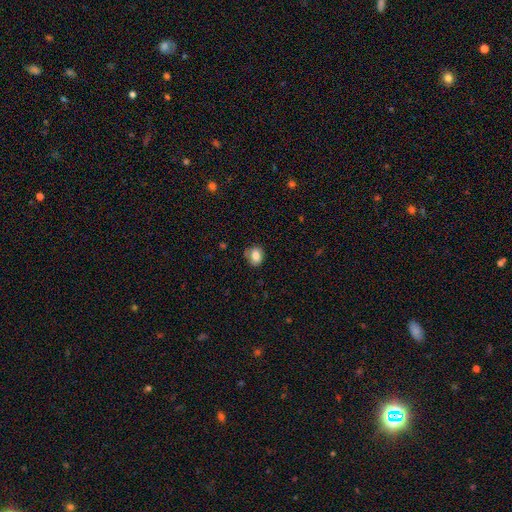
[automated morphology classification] Smooth or featured: smooth — 83% (star or artifact — 9%)
How rounded: in between — 55% (round — 44%)
Merging: none — 72% (minor disturbance — 21%)